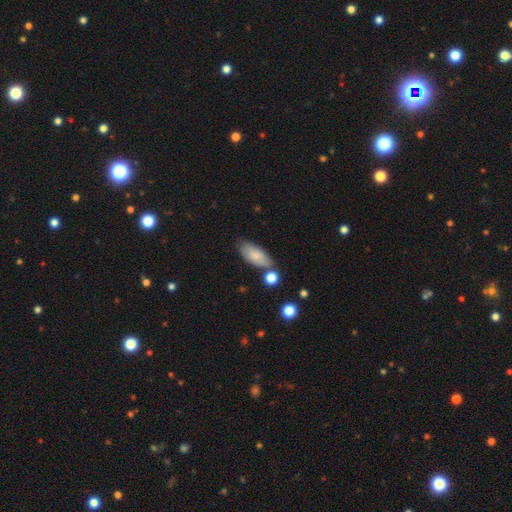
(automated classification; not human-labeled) smooth-or-featured: smooth: 79% | featured or disk: 14% | star or artifact: 7%
  how-rounded: in between: 86% | cigar-shaped: 11% | round: 3%
  merging: none: 64% | minor disturbance: 20% | merger: 11% | major disturbance: 5%